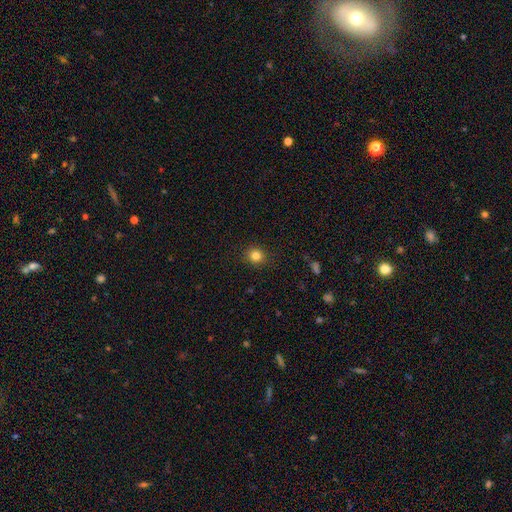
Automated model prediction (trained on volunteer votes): A smooth galaxy with no disk features (83%) that is round (88%). Merging: none (91%).